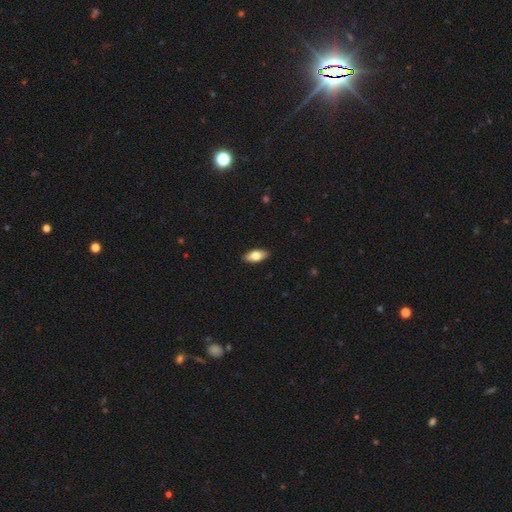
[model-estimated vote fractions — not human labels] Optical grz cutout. It shows a smooth galaxy with no disk features (74%) that is in between round and cigar-shaped (86%). Merging: none (90%).